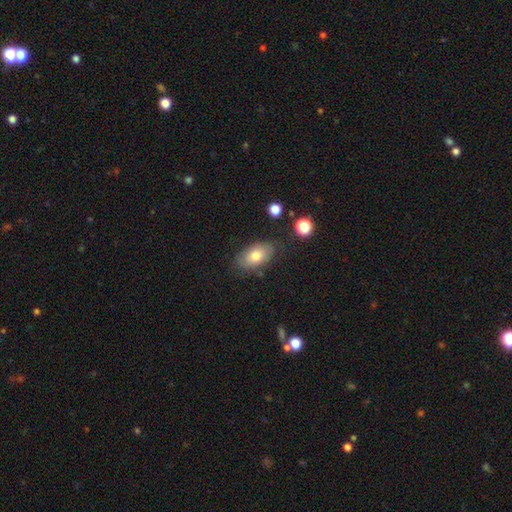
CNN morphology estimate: This appears to be a smooth galaxy with no disk features (76%) that is in between round and cigar-shaped (91%). Merging: none (77%).